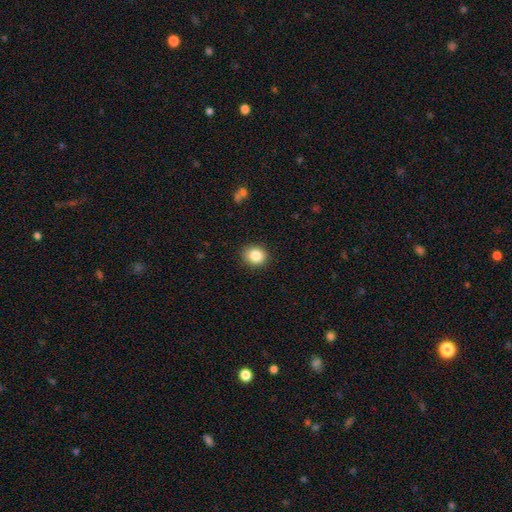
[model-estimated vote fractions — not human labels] A smooth galaxy with no disk features (85%) that is round (69%). Merging: none (89%).